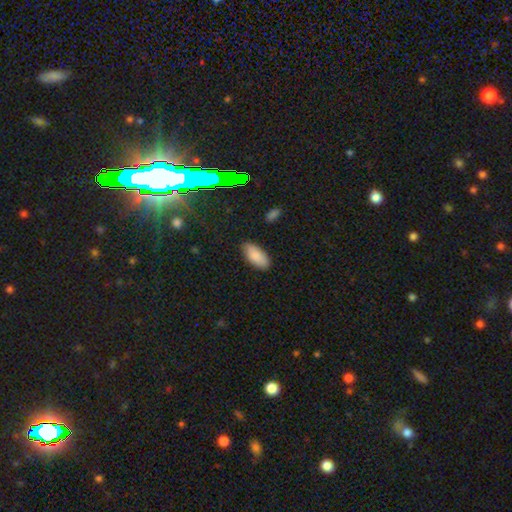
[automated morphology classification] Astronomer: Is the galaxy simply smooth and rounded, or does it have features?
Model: smooth — 87%.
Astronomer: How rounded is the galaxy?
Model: in between — 90%.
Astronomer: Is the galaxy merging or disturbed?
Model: none — 86%.